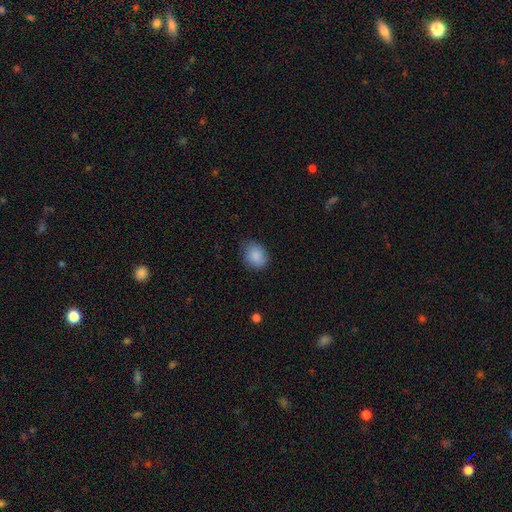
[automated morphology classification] A smooth galaxy with no disk features (88%) that is in between round and cigar-shaped (50%).

Vote fractions:
- Smooth or featured? smooth: 88% / star or artifact: 8% / featured or disk: 4%
- How rounded? in between: 50% / round: 49% / cigar-shaped: 1%
- Merging? none: 75% / minor disturbance: 20% / major disturbance: 4% / merger: 1%